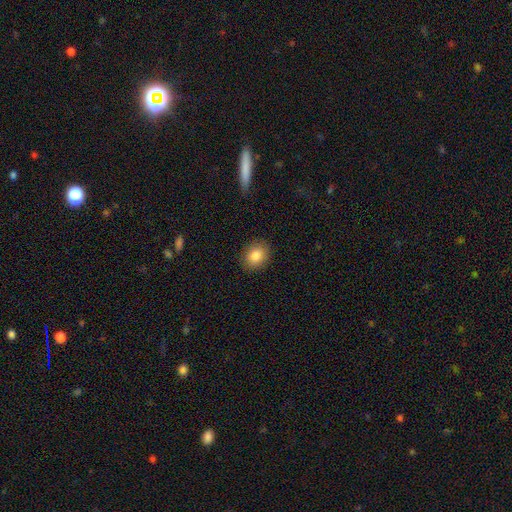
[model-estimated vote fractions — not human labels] Smooth or featured? smooth (85%)
How rounded? round (51%)
Merging? none (88%)